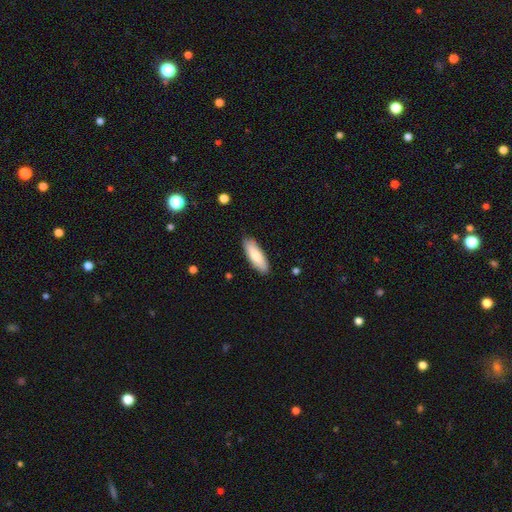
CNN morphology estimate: This is clearly a smooth galaxy (80%). How rounded: possibly in between (55%). Merging: clearly none (88%).